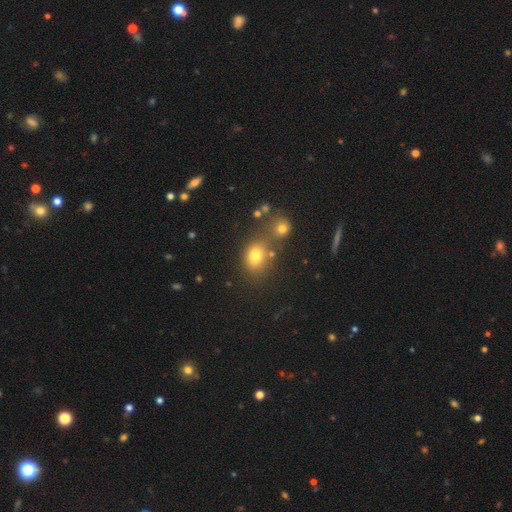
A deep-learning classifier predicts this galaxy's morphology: type=smooth (75%); roundness=in between (51%); merging=none (55%).